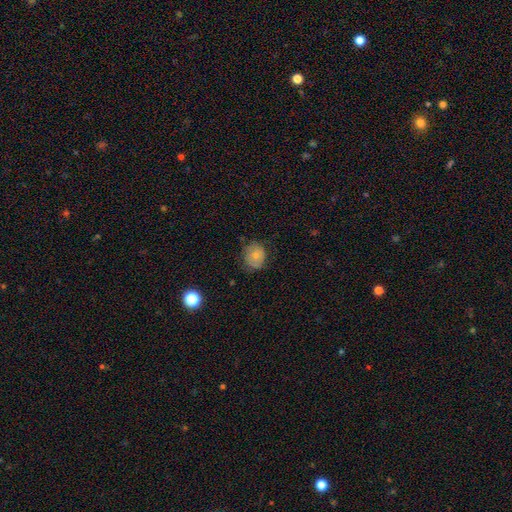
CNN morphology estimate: Smooth or featured? smooth (71%)
How rounded? round (65%)
Merging? none (68%)